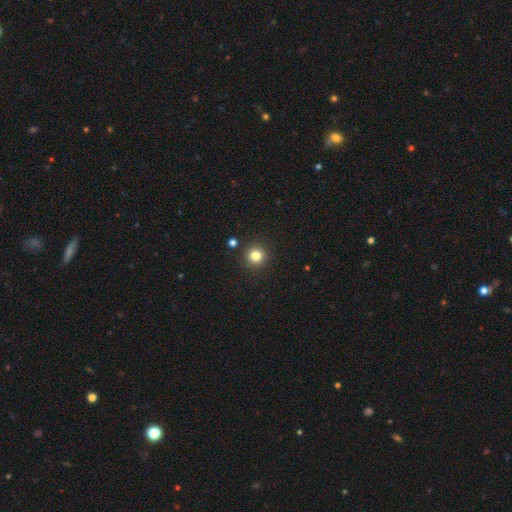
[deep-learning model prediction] Q: Smooth or featured?
A: smooth (81%); runner-up: star or artifact (13%)
Q: How rounded?
A: round (95%); runner-up: in between (4%)
Q: Merging?
A: none (90%); runner-up: minor disturbance (5%)